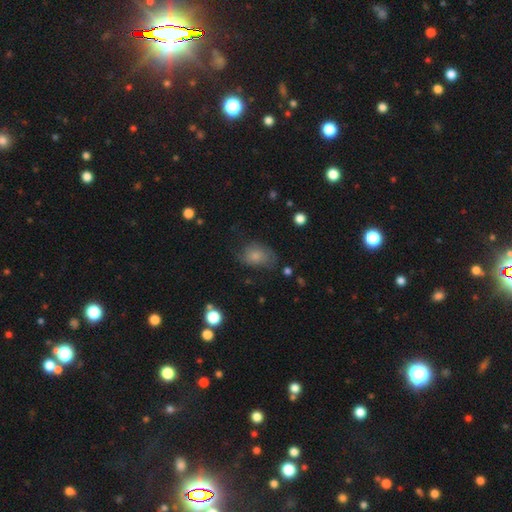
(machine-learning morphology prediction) Smooth or featured? smooth (64%)
How rounded? in between (75%)
Merging? none (51%)